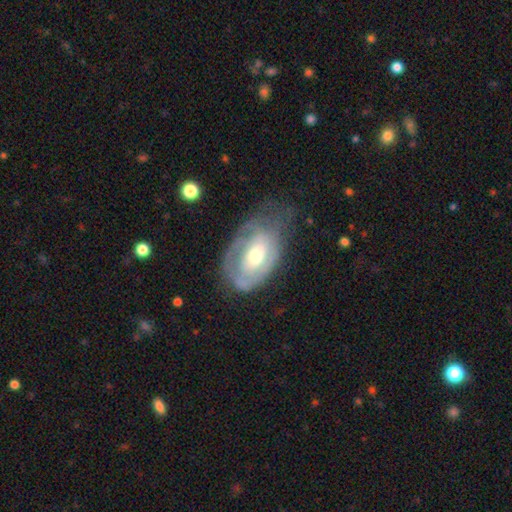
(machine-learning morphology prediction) A featured or disk galaxy (67%) with no bar (61%), spiral arms (68%) and a moderate central bulge (59%). Merging: none (41%).